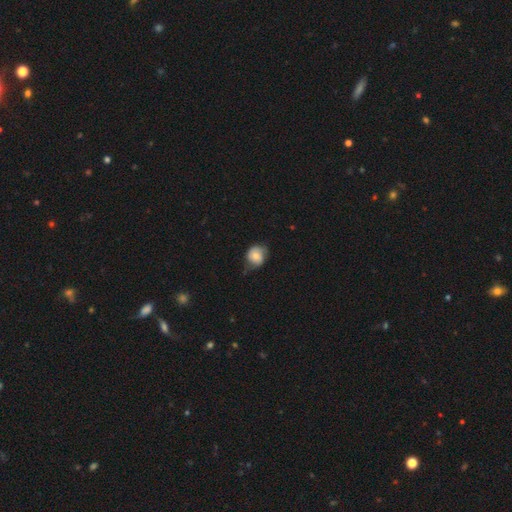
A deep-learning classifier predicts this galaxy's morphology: A smooth galaxy with no disk features (65%) that is round (71%).

Vote fractions:
- Smooth or featured? smooth: 65% / featured or disk: 27% / star or artifact: 8%
- How rounded? round: 71% / in between: 28% / cigar-shaped: 1%
- Merging? none: 52% / minor disturbance: 35% / major disturbance: 11% / merger: 2%